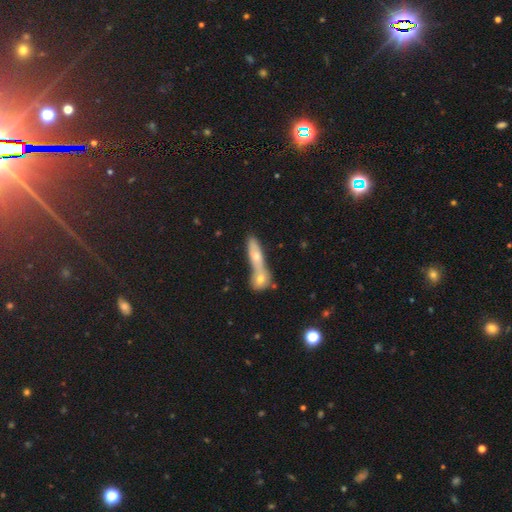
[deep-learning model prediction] The model was most divided on "how rounded": cigar-shaped: 57%, in between: 37%, round: 7%. More confident: smooth or featured — smooth (64%); merging — merger (62%).